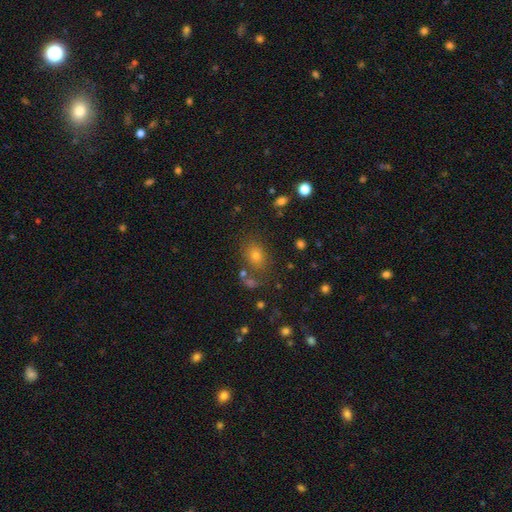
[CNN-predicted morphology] Smooth or featured? smooth (69%)
How rounded? in between (52%)
Merging? none (76%)